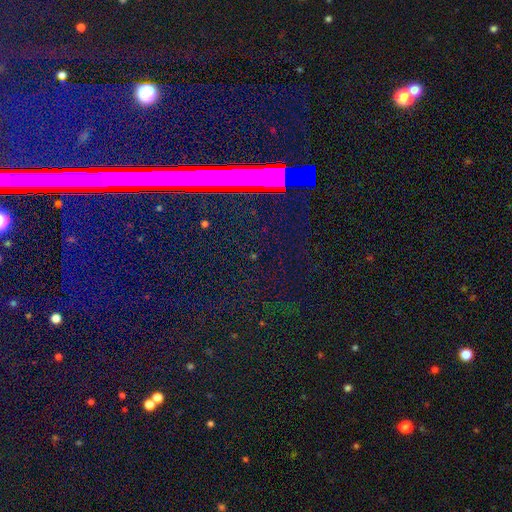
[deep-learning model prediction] Smooth or featured? Predicted: star or artifact (p=0.69).